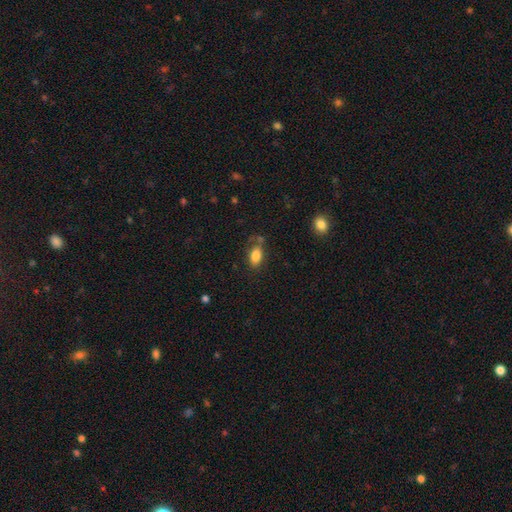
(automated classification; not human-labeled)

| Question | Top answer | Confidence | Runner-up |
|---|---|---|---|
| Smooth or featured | smooth | 83% | star or artifact (9%) |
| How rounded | in between | 90% | round (7%) |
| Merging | none | 67% | minor disturbance (19%) |